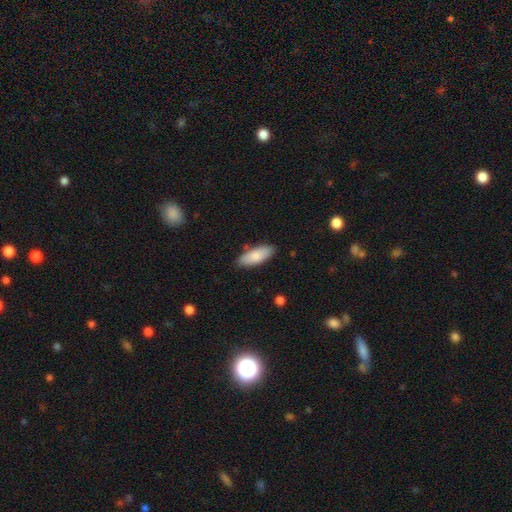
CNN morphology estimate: Smooth or featured: smooth — 84% (featured or disk — 10%)
How rounded: in between — 76% (cigar-shaped — 22%)
Merging: none — 84% (minor disturbance — 12%)